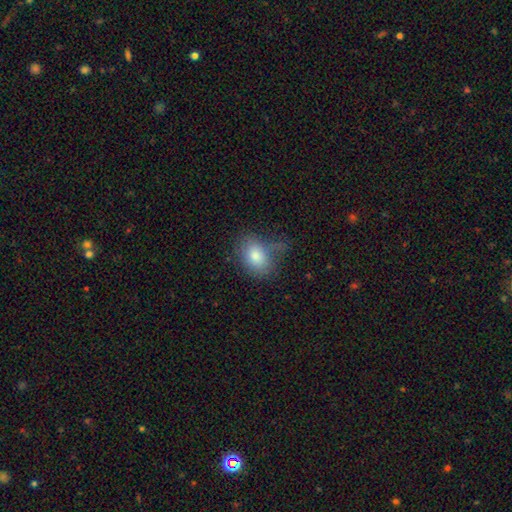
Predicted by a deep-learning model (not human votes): The model was most divided on "merging": none: 55%, minor disturbance: 26%, major disturbance: 12%, merger: 7%. More confident: smooth or featured — smooth (80%); how rounded — in between (73%).